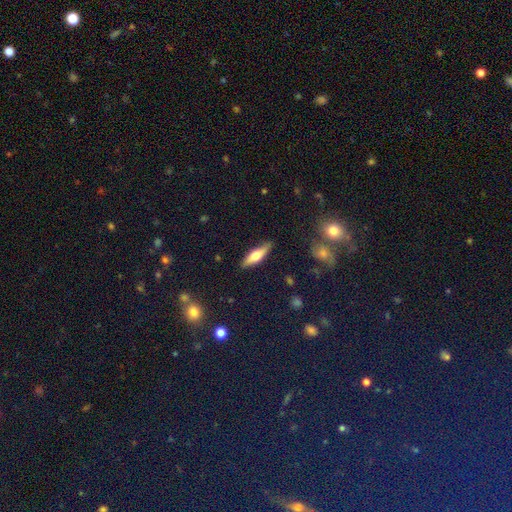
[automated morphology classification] Smooth or featured: smooth — 53% (featured or disk — 41%)
How rounded: cigar-shaped — 62% (in between — 35%)
Merging: none — 86% (minor disturbance — 11%)